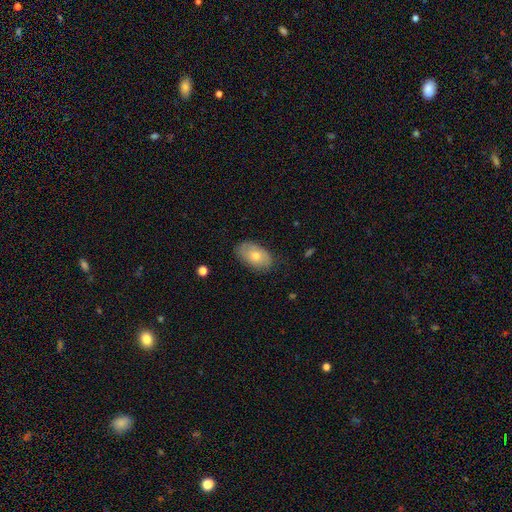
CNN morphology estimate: Smooth or featured: smooth — 65% (featured or disk — 27%)
How rounded: in between — 92% (round — 7%)
Merging: none — 78% (minor disturbance — 17%)